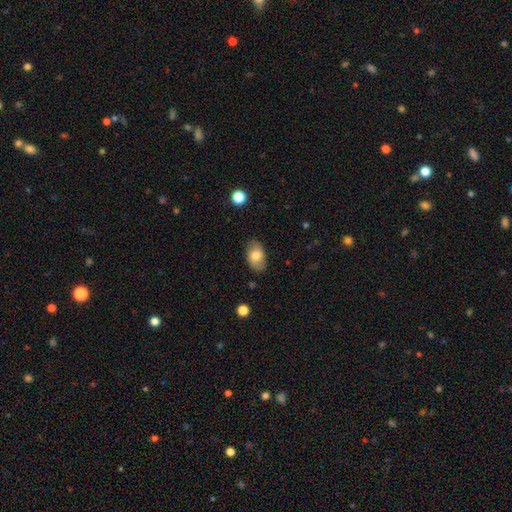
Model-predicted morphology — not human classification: Overall: smooth (78%). How rounded: in between (90%). Merging: none (83%).